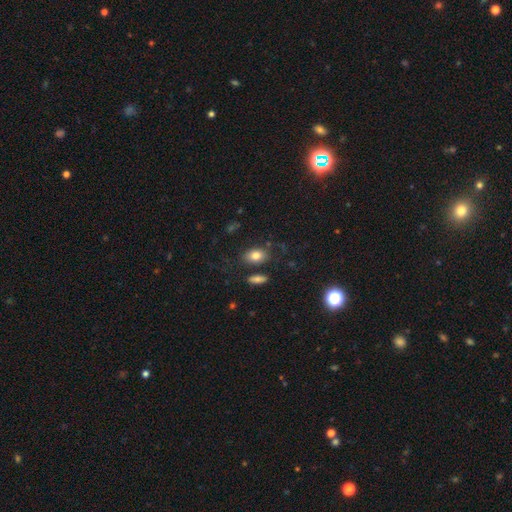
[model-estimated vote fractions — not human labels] Smooth or featured?
  - smooth: 81% *
  - featured or disk: 10%
  - star or artifact: 9%
How rounded?
  - in between: 84% *
  - round: 14%
  - cigar-shaped: 2%
Merging?
  - none: 77% *
  - minor disturbance: 13%
  - merger: 6%
  - major disturbance: 4%